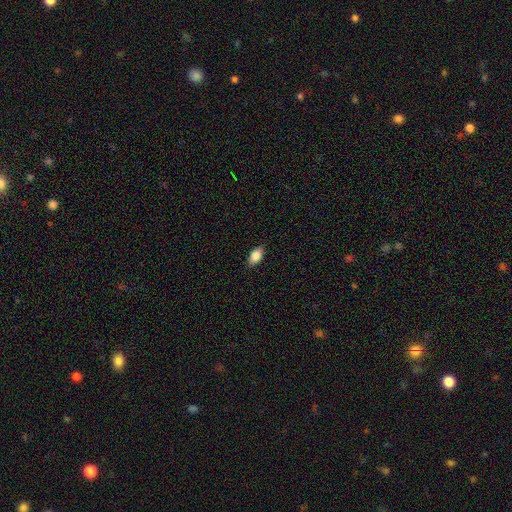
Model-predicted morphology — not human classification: This appears to be a smooth galaxy with no disk features (85%) that is in between round and cigar-shaped (90%). Merging: none (88%).